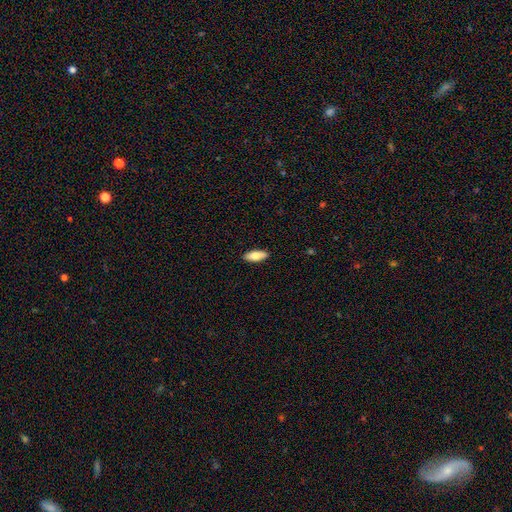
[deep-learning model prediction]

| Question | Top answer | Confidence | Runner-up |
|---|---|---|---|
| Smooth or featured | smooth | 81% | featured or disk (13%) |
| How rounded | in between | 77% | cigar-shaped (21%) |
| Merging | none | 89% | minor disturbance (8%) |